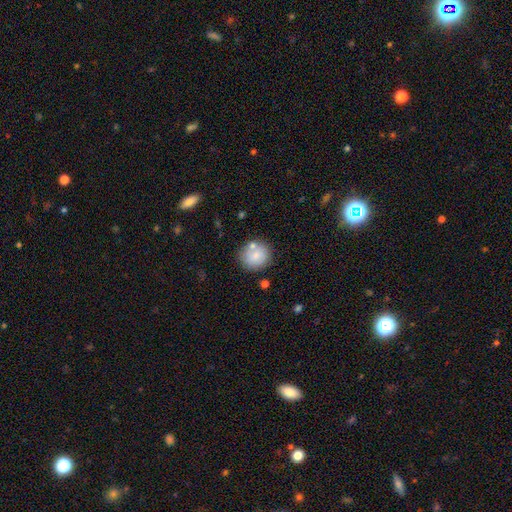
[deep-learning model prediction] Smooth or featured: smooth — 81% (featured or disk — 11%)
How rounded: round — 86% (in between — 13%)
Merging: none — 71% (minor disturbance — 14%)